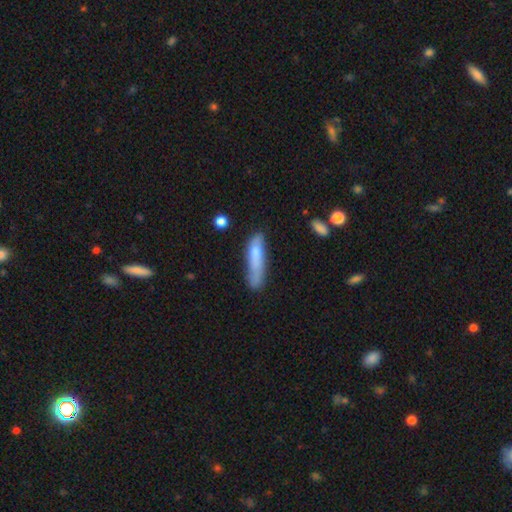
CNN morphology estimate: This appears to be a smooth galaxy with no disk features (73%) that is cigar-shaped (82%). Merging: none (51%).